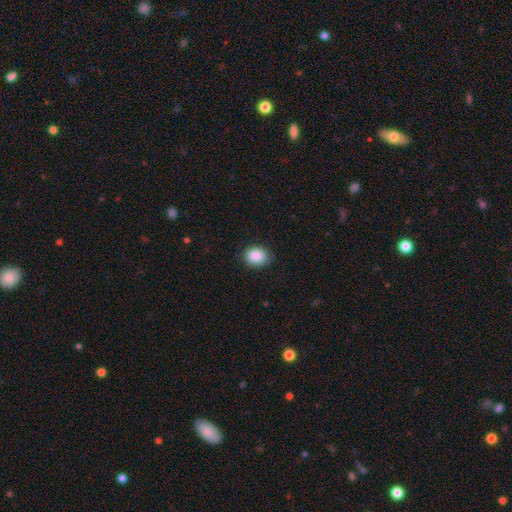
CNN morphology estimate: type=smooth (86%); roundness=in between (57%); merging=none (85%).